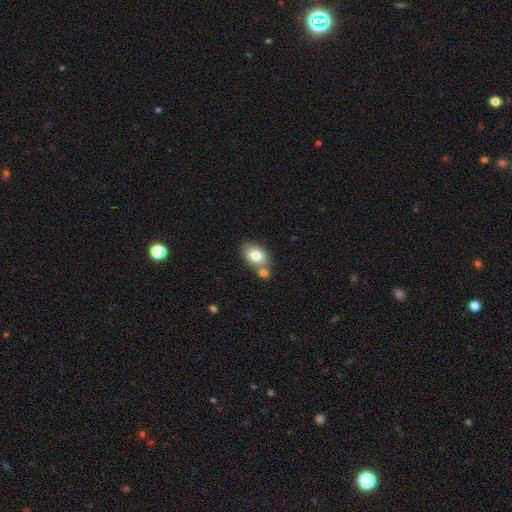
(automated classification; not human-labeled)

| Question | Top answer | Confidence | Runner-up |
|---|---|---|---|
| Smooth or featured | smooth | 79% | featured or disk (13%) |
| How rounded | in between | 83% | round (16%) |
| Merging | none | 53% | merger (32%) |